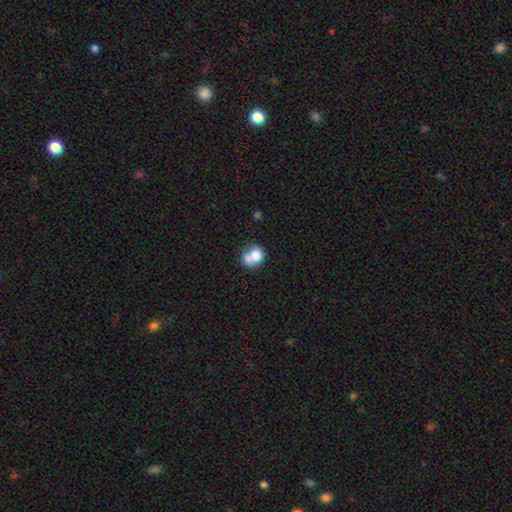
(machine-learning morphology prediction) type=smooth (73%); roundness=round (62%); merging=merger (48%).